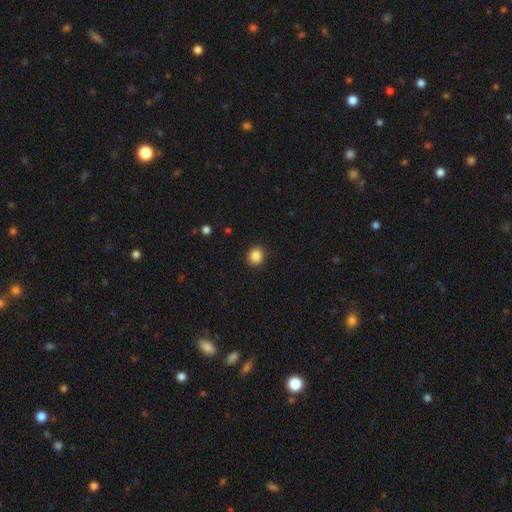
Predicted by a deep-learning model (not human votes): Smooth or featured: smooth — 87% (star or artifact — 10%)
How rounded: round — 80% (in between — 19%)
Merging: none — 89% (minor disturbance — 8%)